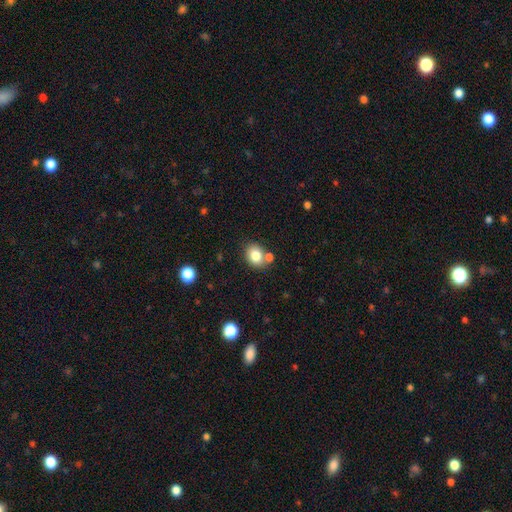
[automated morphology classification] type=smooth (81%); roundness=round (54%); merging=none (64%).